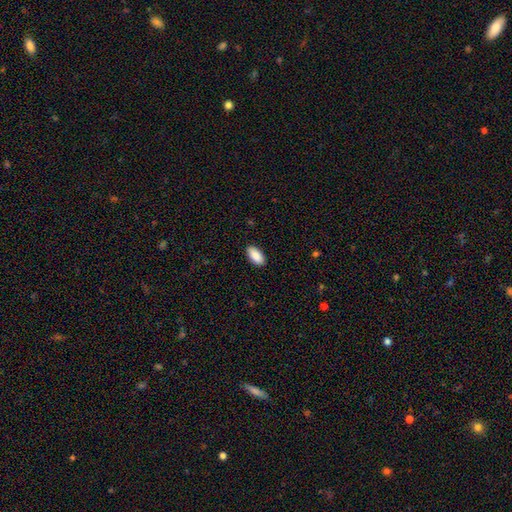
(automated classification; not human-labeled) A smooth galaxy with no disk features (89%) that is in between round and cigar-shaped (93%). Merging: none (90%).